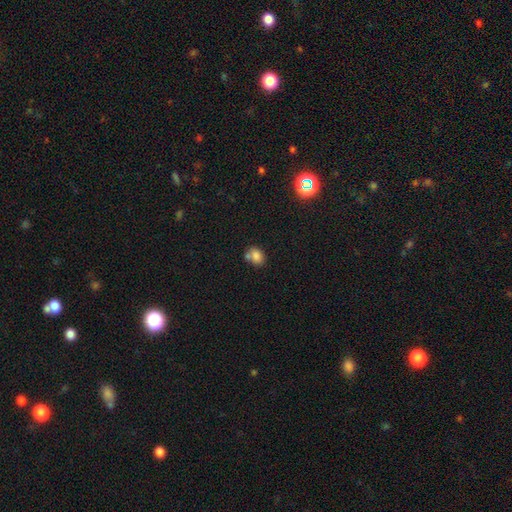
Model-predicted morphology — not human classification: smooth_or_featured: smooth (p=0.80) [alt: star or artifact p=0.11]
how_rounded: in between (p=0.64) [alt: round p=0.35]
merging: none (p=0.51) [alt: merger p=0.30]